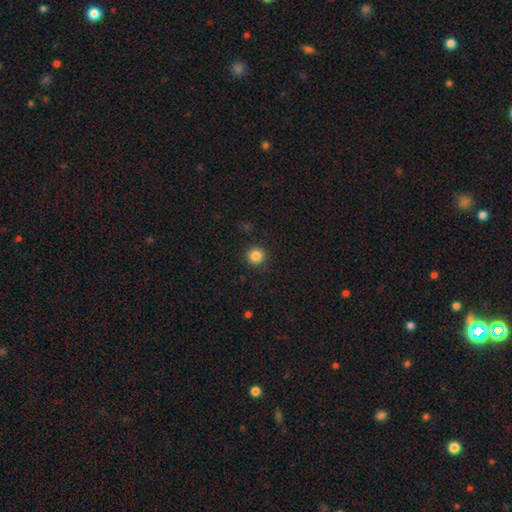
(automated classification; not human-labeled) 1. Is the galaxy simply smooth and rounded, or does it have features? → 85% smooth, 11% star or artifact, 4% featured or disk.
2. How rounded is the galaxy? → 93% round, 6% in between, 1% cigar-shaped.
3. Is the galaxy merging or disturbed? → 90% none, 6% minor disturbance, 2% major disturbance, 1% merger.